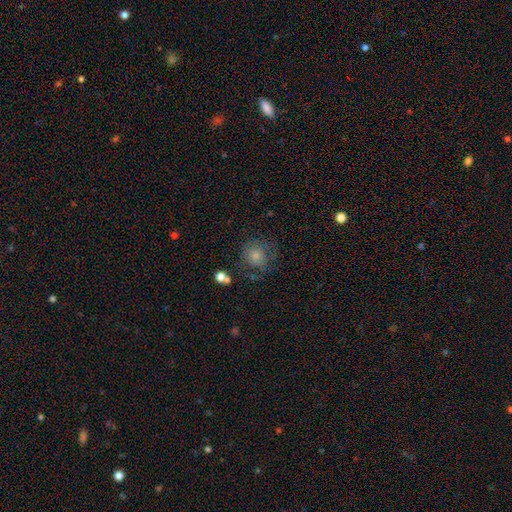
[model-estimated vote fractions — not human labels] A smooth galaxy with no disk features (54%) that is round (87%).

Vote fractions:
- Smooth or featured? smooth: 54% / featured or disk: 27% / star or artifact: 19%
- How rounded? round: 87% / in between: 12% / cigar-shaped: 1%
- Merging? none: 68% / minor disturbance: 17% / major disturbance: 12% / merger: 3%